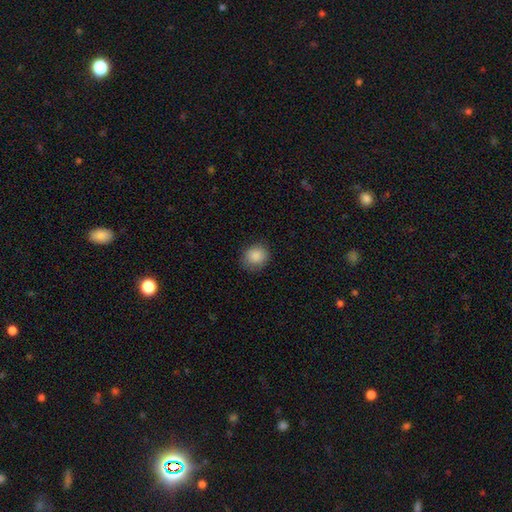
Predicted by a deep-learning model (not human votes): Overall: smooth (88%). How rounded: round (77%). Merging: none (84%).